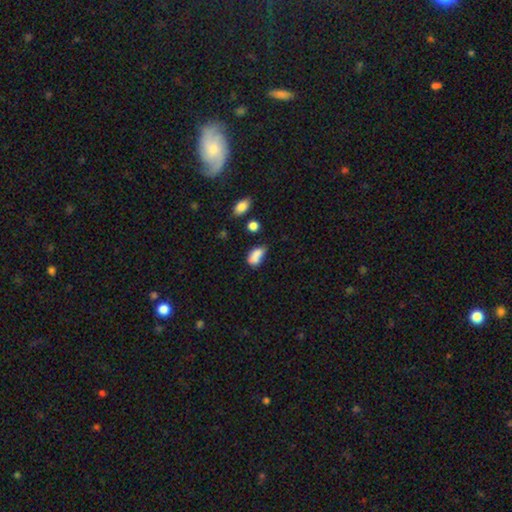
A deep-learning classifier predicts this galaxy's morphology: The model was most divided on "merging": none: 33%, minor disturbance: 28%, merger: 27%, major disturbance: 13%. More confident: how rounded — in between (86%); smooth or featured — smooth (77%).